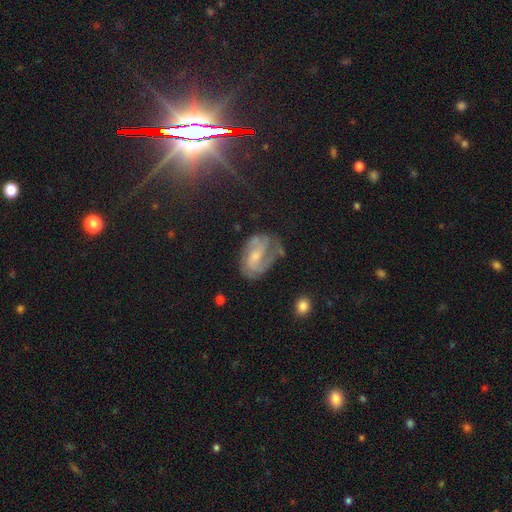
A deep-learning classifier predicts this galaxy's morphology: Smooth or featured?
  - featured or disk: 73% *
  - smooth: 17%
  - star or artifact: 10%
Edge-on disk?
  - no: 97% *
  - yes: 3%
Bar?
  - no: 48% *
  - weak: 42%
  - strong: 10%
Spiral arms?
  - yes: 88% *
  - no: 12%
Spiral winding?
  - medium: 45% *
  - tight: 34%
  - loose: 20%
Spiral arm count?
  - 2: 48% *
  - can't tell: 25%
  - 3: 13%
  - 1: 7%
  - 4: 4%
  - more than 4: 3%
Bulge size?
  - small: 54% *
  - moderate: 34%
  - none: 8%
  - large: 3%
  - dominant: 1%
Merging?
  - none: 51% *
  - minor disturbance: 26%
  - major disturbance: 19%
  - merger: 3%